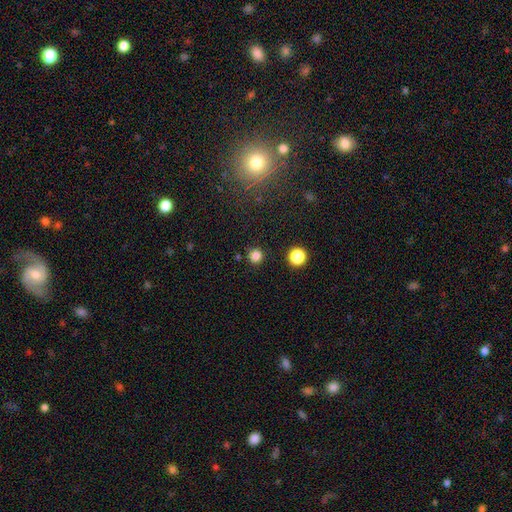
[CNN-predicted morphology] smooth-or-featured: smooth: 82% | star or artifact: 15% | featured or disk: 3%
  how-rounded: round: 93% | in between: 6% | cigar-shaped: 1%
  merging: none: 88% | minor disturbance: 7% | merger: 3% | major disturbance: 2%